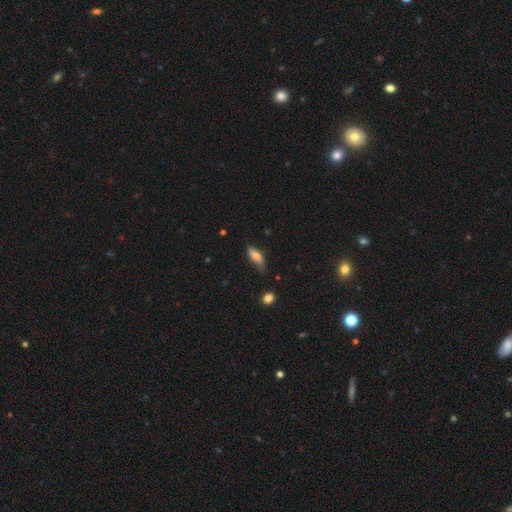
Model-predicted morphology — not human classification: smooth-or-featured: smooth: 72% | featured or disk: 21% | star or artifact: 7%
  how-rounded: in between: 63% | cigar-shaped: 35% | round: 3%
  merging: none: 56% | minor disturbance: 34% | major disturbance: 7% | merger: 2%